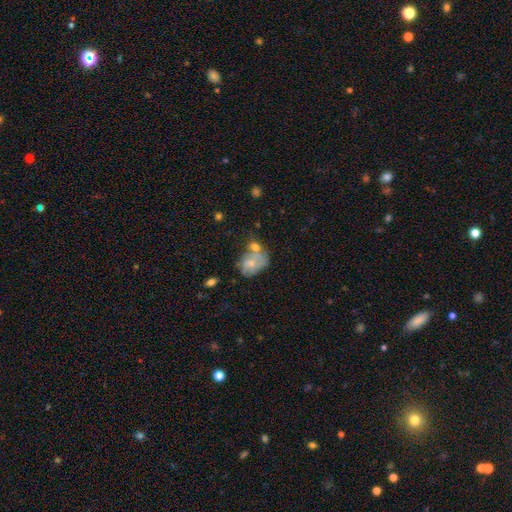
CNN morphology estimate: type=featured or disk (47%); merging=none (39%).